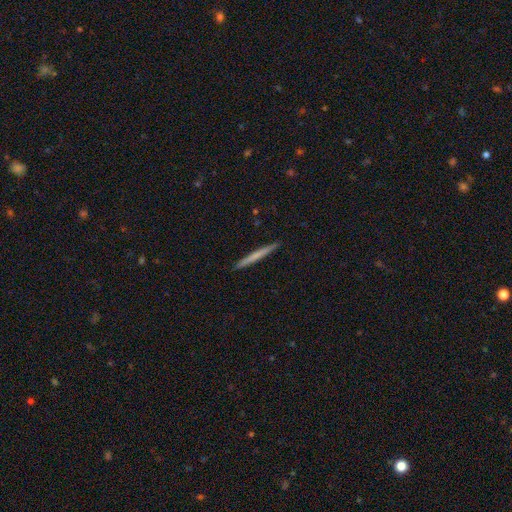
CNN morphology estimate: Smooth or featured?
  - smooth: 57% *
  - featured or disk: 38%
  - star or artifact: 5%
How rounded?
  - cigar-shaped: 97% *
  - in between: 2%
  - round: 1%
Merging?
  - none: 93% *
  - minor disturbance: 5%
  - major disturbance: 1%
  - merger: 1%